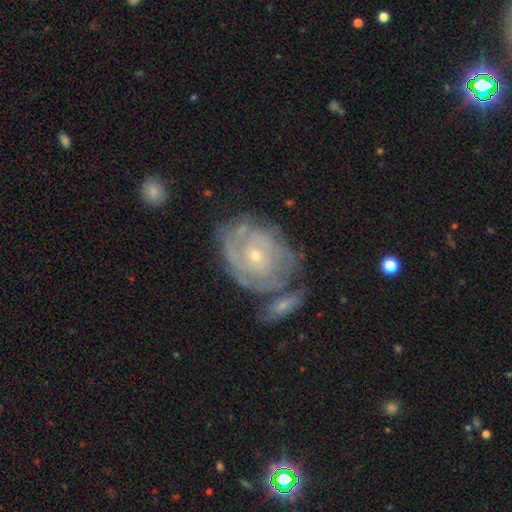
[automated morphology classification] This is likely a featured or disk galaxy (79%). It is clearly not viewed edge-on (96%). Bar: likely no (80%). Spiral arm pattern: clearly yes (85%). Spiral arm count: possibly can't tell (52%). Spiral winding: likely tight (74%). Central bulge: likely small (71%). Merging: possibly none (55%).